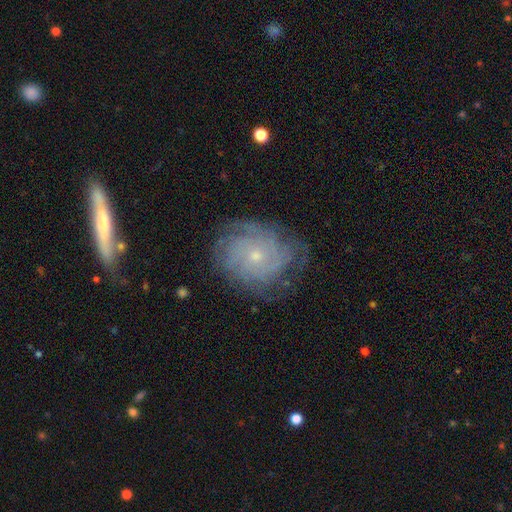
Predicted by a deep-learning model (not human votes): Smooth or featured?
  - featured or disk: 75% *
  - smooth: 16%
  - star or artifact: 9%
Edge-on disk?
  - no: 96% *
  - yes: 4%
Bar?
  - no: 83% *
  - weak: 14%
  - strong: 3%
Spiral arms?
  - yes: 91% *
  - no: 9%
Spiral winding?
  - tight: 72% *
  - medium: 21%
  - loose: 7%
Spiral arm count?
  - can't tell: 48% *
  - 4: 16%
  - 3: 11%
  - more than 4: 10%
  - 2: 9%
  - 1: 6%
Bulge size?
  - small: 73% *
  - moderate: 23%
  - none: 2%
  - large: 1%
  - dominant: 1%
Merging?
  - none: 72% *
  - minor disturbance: 18%
  - major disturbance: 8%
  - merger: 2%